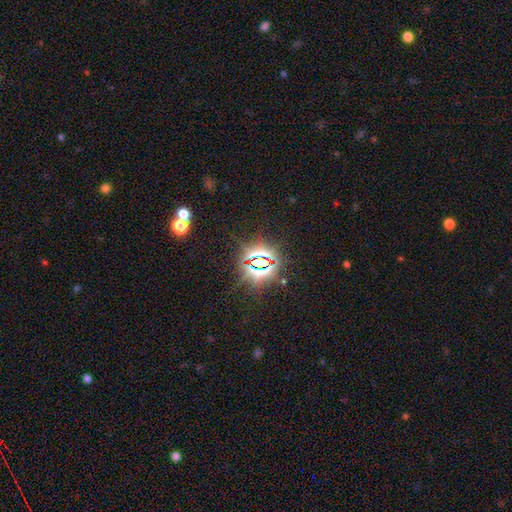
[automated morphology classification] A star or artifact, not a galaxy (81%).

Vote fractions:
- Smooth or featured? star or artifact: 81% / smooth: 11% / featured or disk: 8%